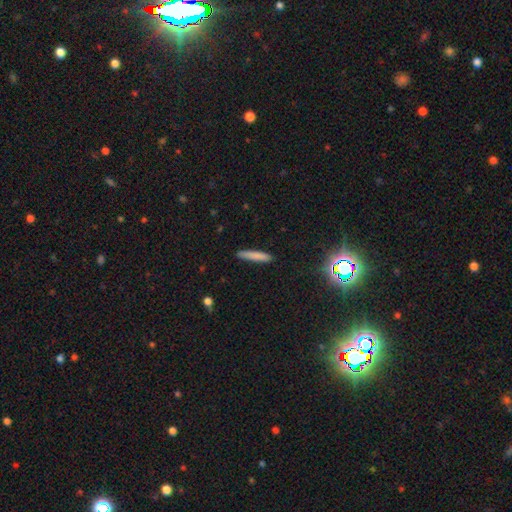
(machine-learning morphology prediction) Smooth or featured? Predicted: smooth (p=0.81). How rounded? Predicted: cigar-shaped (p=0.91). Merging? Predicted: none (p=0.87).